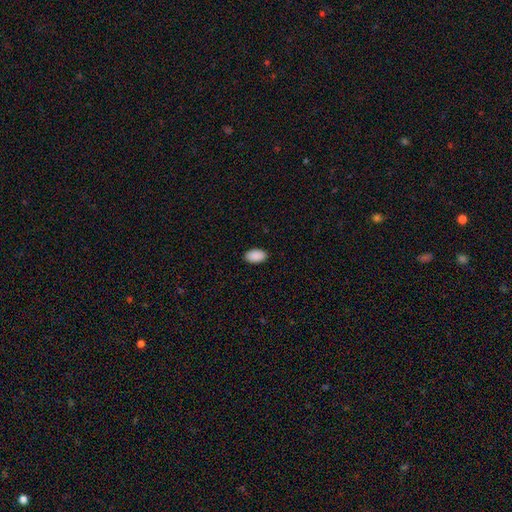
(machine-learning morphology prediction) Smooth or featured?
  - smooth: 91% *
  - star or artifact: 7%
  - featured or disk: 2%
How rounded?
  - in between: 94% *
  - round: 4%
  - cigar-shaped: 1%
Merging?
  - none: 90% *
  - minor disturbance: 7%
  - major disturbance: 2%
  - merger: 1%